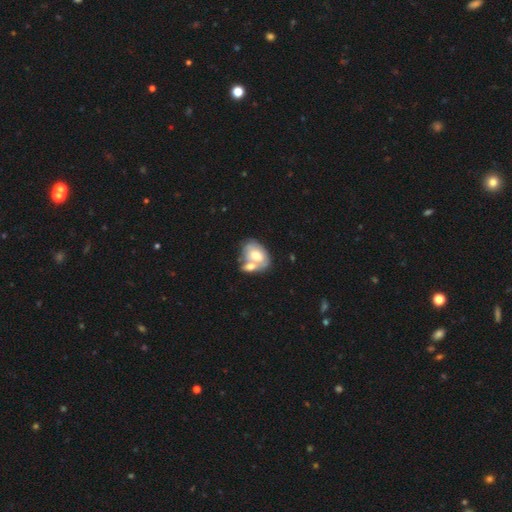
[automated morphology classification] The model was most divided on "smooth or featured": smooth: 55%, featured or disk: 38%, star or artifact: 6%. More confident: how rounded — in between (82%); merging — merger (59%).